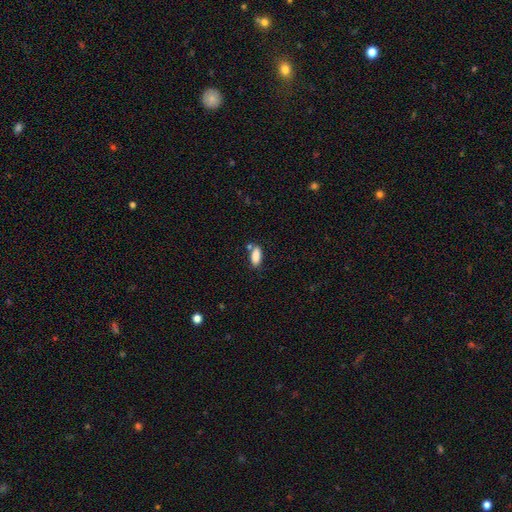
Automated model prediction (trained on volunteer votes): Overall: smooth (87%). How rounded: in between (78%). Merging: none (70%).